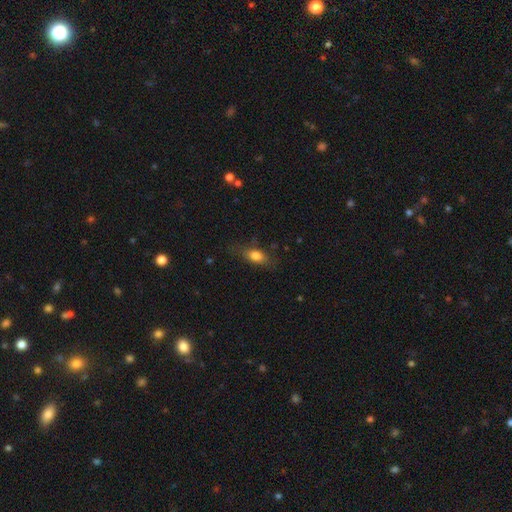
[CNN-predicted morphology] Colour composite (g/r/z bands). It shows a smooth galaxy with no disk features (78%) that is in between round and cigar-shaped (79%). Merging: none (72%).